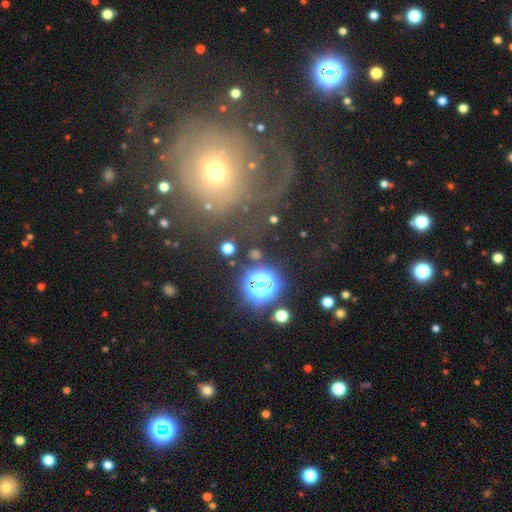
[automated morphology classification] Smooth or featured: featured or disk — 41% (smooth — 31%)
Merging: none — 54% (major disturbance — 26%)